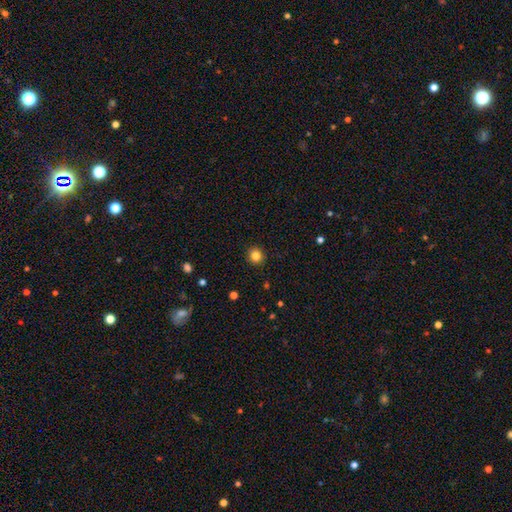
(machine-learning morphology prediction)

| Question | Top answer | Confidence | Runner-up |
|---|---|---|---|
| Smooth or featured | smooth | 83% | star or artifact (12%) |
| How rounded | round | 92% | in between (8%) |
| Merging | none | 92% | minor disturbance (5%) |